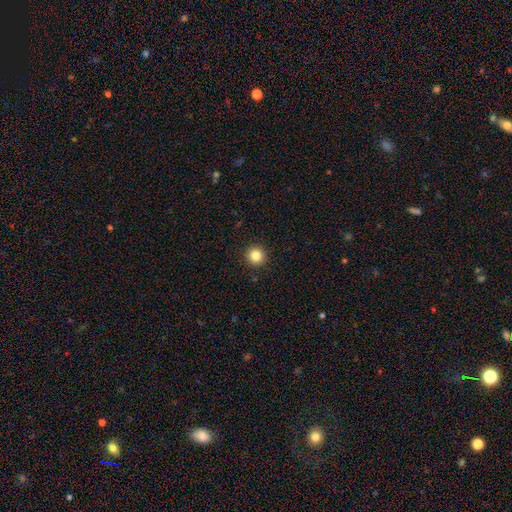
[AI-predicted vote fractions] Morphology: type=smooth (84%); roundness=round (95%); merging=none (93%).